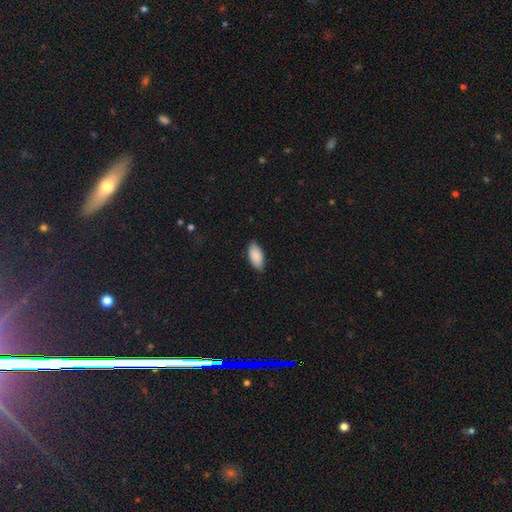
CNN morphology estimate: The model was most divided on "merging": none: 84%, minor disturbance: 13%, major disturbance: 2%, merger: 1%. More confident: how rounded — in between (93%); smooth or featured — smooth (90%).